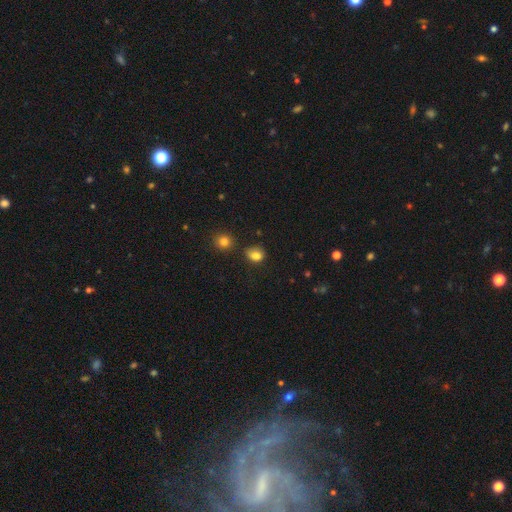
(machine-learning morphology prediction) This appears to be a smooth galaxy with no disk features (82%) that is round (51%). Merging: none (66%).